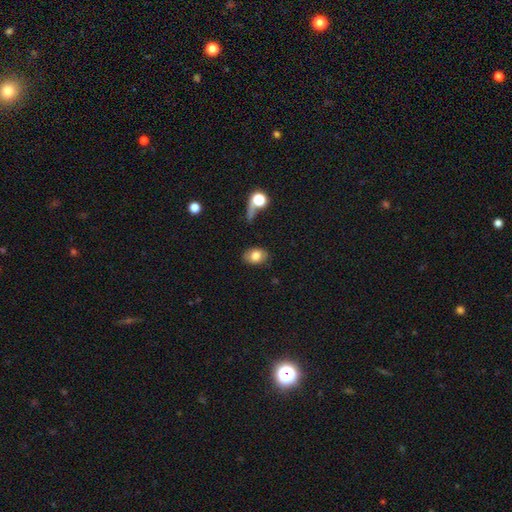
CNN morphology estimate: The model was most divided on "how rounded": in between: 72%, round: 26%, cigar-shaped: 1%. More confident: merging — none (79%); smooth or featured — smooth (78%).